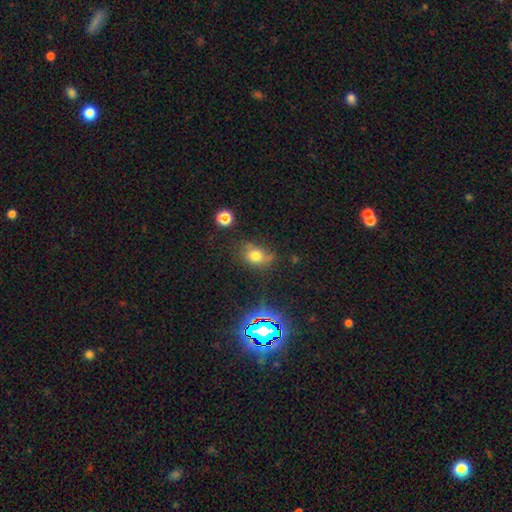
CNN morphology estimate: This appears to be a smooth galaxy with no disk features (68%) that is in between round and cigar-shaped (57%). Merging: none (54%).